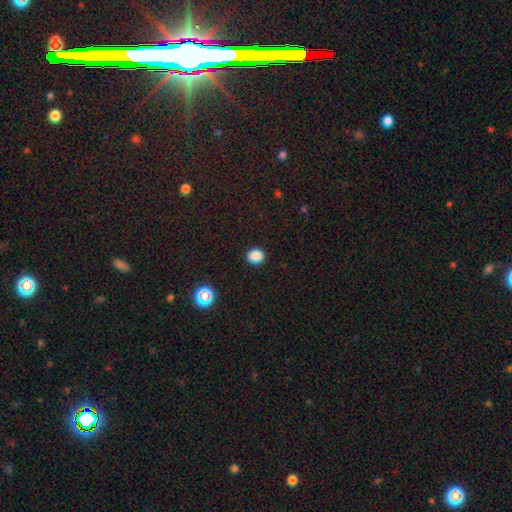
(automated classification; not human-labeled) This appears to be a smooth galaxy with no disk features (85%) that is round (66%). Merging: none (90%).